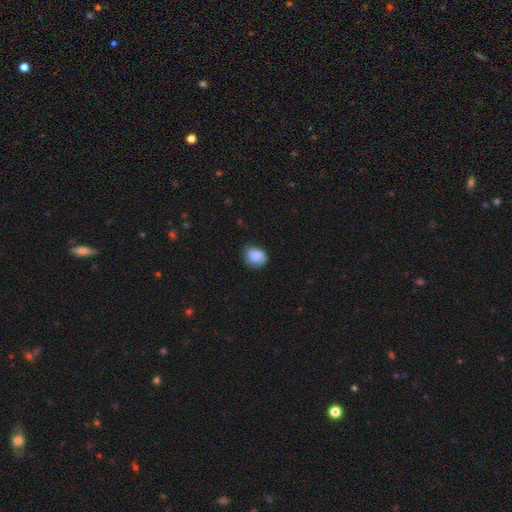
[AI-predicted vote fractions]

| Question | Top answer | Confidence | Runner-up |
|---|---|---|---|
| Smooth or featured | smooth | 80% | featured or disk (12%) |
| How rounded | in between | 51% | round (47%) |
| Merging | none | 61% | minor disturbance (30%) |